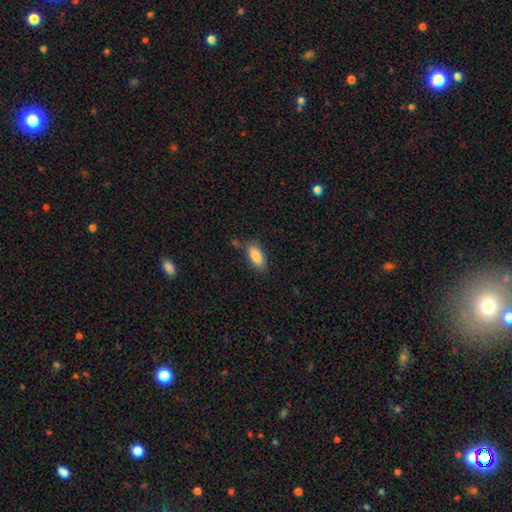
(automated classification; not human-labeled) A smooth galaxy with no disk features (86%) that is in between round and cigar-shaped (85%).

Vote fractions:
- Smooth or featured? smooth: 86% / featured or disk: 7% / star or artifact: 7%
- How rounded? in between: 85% / cigar-shaped: 12% / round: 2%
- Merging? none: 76% / minor disturbance: 16% / merger: 5% / major disturbance: 4%